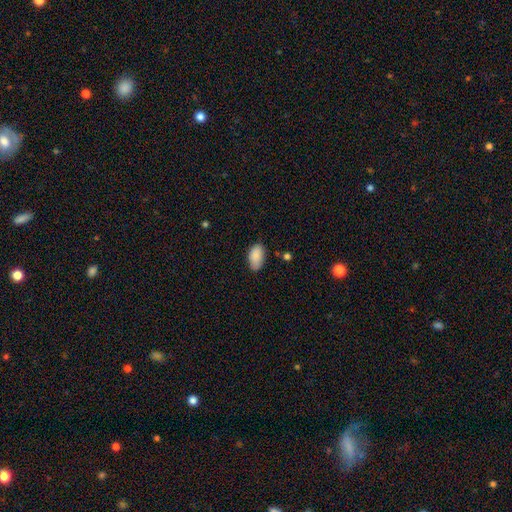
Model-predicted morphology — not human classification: type=smooth (88%); roundness=in between (94%); merging=none (71%).